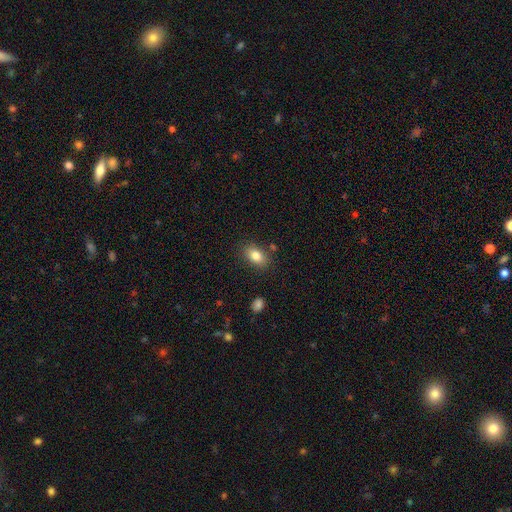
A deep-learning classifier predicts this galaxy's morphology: This is clearly a smooth galaxy (82%). How rounded: clearly in between (86%). Merging: clearly none (82%).